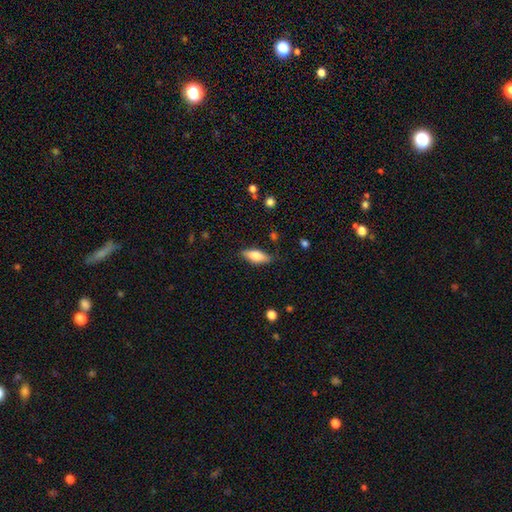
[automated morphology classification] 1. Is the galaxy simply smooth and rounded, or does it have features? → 71% smooth, 23% featured or disk, 6% star or artifact.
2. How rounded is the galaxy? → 71% in between, 27% cigar-shaped, 2% round.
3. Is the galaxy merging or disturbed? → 82% none, 14% minor disturbance, 3% major disturbance, 1% merger.